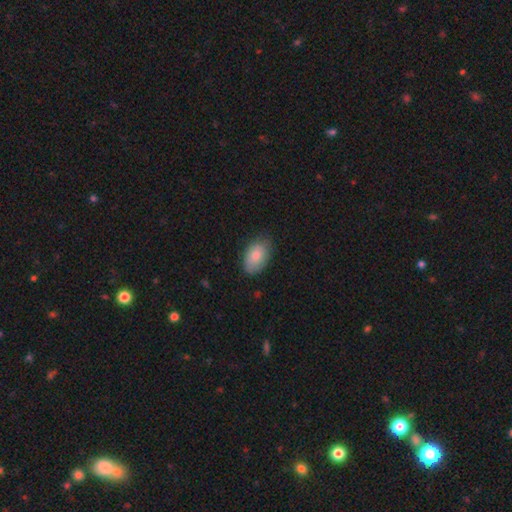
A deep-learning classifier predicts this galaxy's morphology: smooth_or_featured: smooth (p=0.79) [alt: featured or disk p=0.14]
how_rounded: in between (p=0.90) [alt: round p=0.09]
merging: none (p=0.76) [alt: minor disturbance p=0.19]